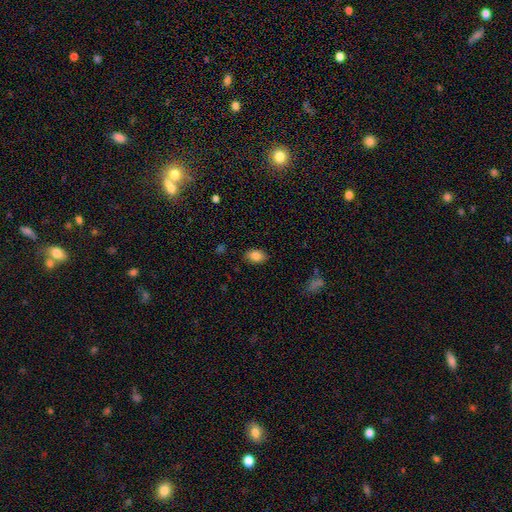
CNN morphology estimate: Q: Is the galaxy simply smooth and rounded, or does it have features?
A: smooth — 85%.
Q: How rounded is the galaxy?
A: in between — 84%.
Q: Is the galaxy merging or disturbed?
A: none — 85%.